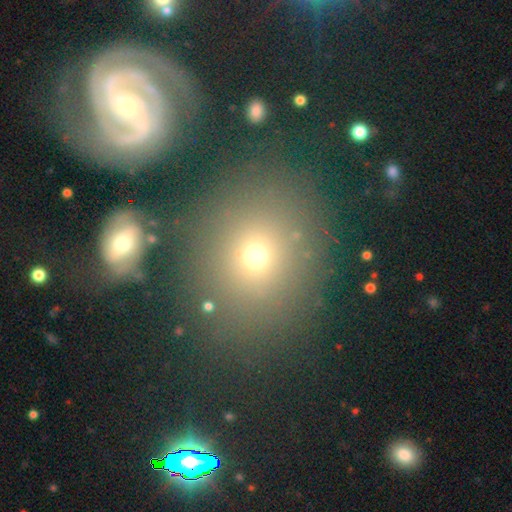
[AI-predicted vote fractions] Morphology: type=smooth (40%); merging=none (81%).